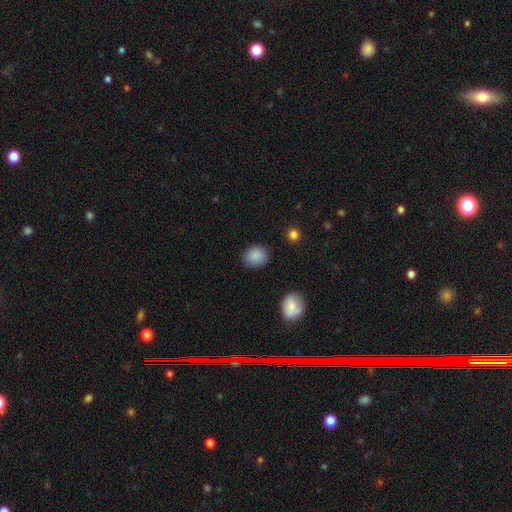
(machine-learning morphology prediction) A smooth galaxy with no disk features (89%) that is round (57%).

Vote fractions:
- Smooth or featured? smooth: 89% / star or artifact: 8% / featured or disk: 3%
- How rounded? round: 57% / in between: 42% / cigar-shaped: 1%
- Merging? none: 86% / minor disturbance: 10% / major disturbance: 3% / merger: 1%